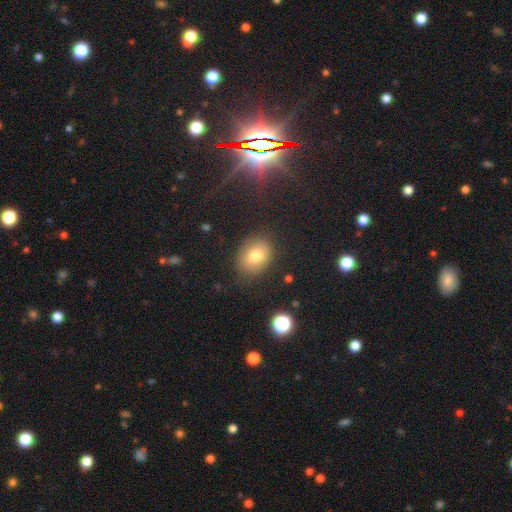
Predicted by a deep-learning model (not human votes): The model was most divided on "how rounded": in between: 55%, round: 44%, cigar-shaped: 1%. More confident: merging — none (82%); smooth or featured — smooth (75%).